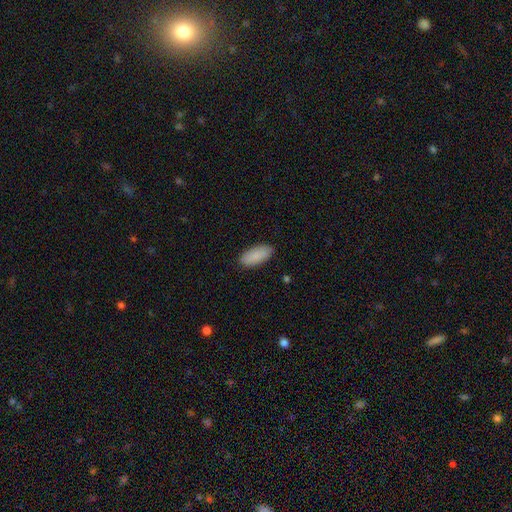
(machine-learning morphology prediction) smooth 89%, star or artifact 6%, featured or disk 5%. Down the decision tree: how rounded — in between (88%); merging — none (89%).